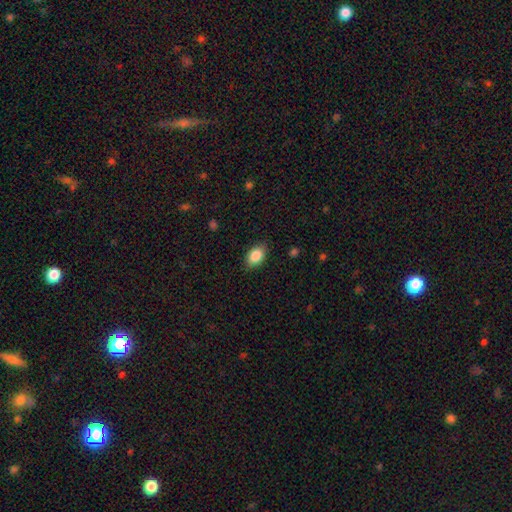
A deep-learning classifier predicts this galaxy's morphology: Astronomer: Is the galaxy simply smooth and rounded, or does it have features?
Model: smooth — 86%.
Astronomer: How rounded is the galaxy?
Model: in between — 86%.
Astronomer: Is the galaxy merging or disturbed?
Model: none — 85%.